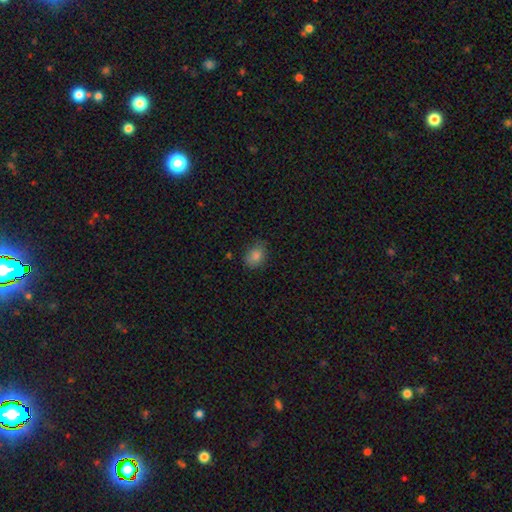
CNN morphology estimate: Smooth or featured: smooth — 83% (star or artifact — 12%)
How rounded: in between — 60% (round — 39%)
Merging: none — 76% (minor disturbance — 19%)